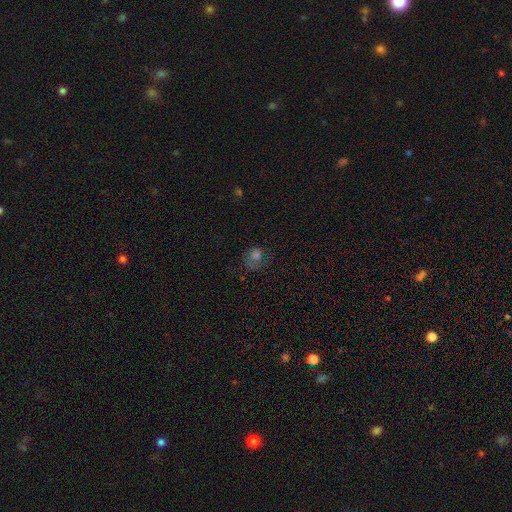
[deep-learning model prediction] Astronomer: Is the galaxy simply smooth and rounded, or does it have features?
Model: smooth — 55%.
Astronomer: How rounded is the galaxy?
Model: round — 70%.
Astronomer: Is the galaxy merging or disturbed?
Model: none — 52%.